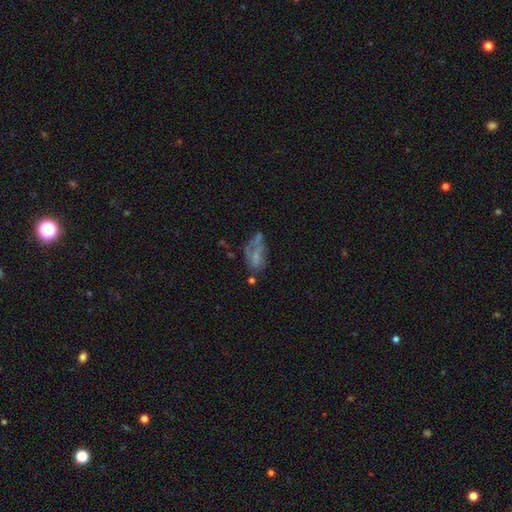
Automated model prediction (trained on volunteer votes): This appears to be a featured or disk galaxy (47%). Merging: none (32%).